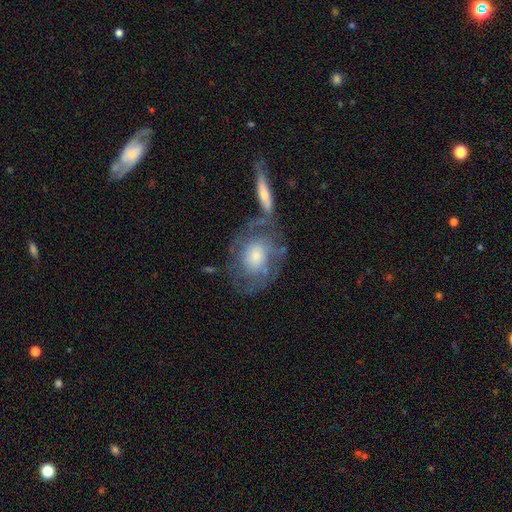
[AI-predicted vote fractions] Morphology: type=featured or disk (61%); edge-on=no (93%); bar=no (80%); spiral arms=yes (70%); bulge=moderate (41%); merging=none (54%).